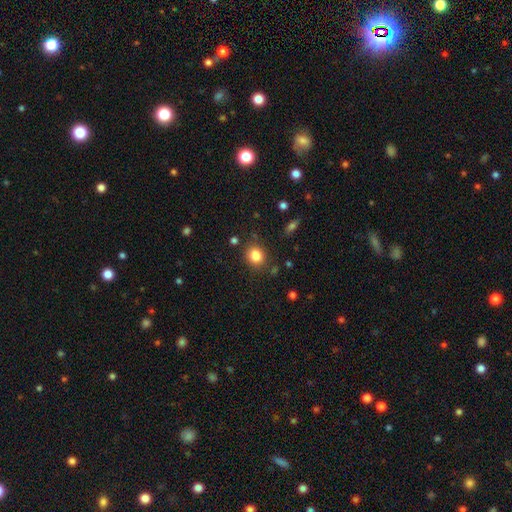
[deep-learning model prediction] Smooth or featured: smooth — 85% (star or artifact — 10%)
How rounded: round — 68% (in between — 31%)
Merging: none — 82% (minor disturbance — 11%)